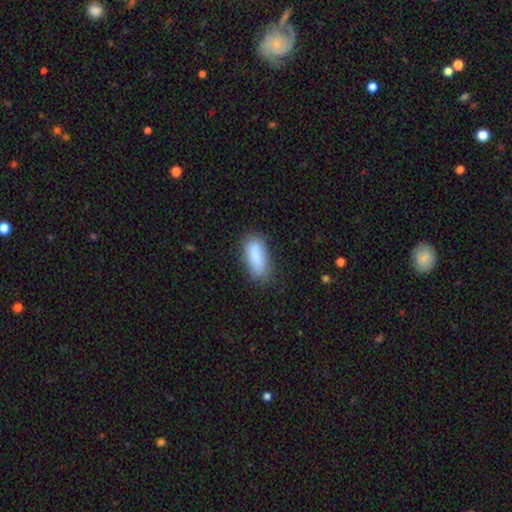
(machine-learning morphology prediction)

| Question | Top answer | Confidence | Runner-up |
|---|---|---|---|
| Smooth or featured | smooth | 84% | featured or disk (9%) |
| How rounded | in between | 78% | cigar-shaped (20%) |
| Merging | none | 68% | minor disturbance (24%) |